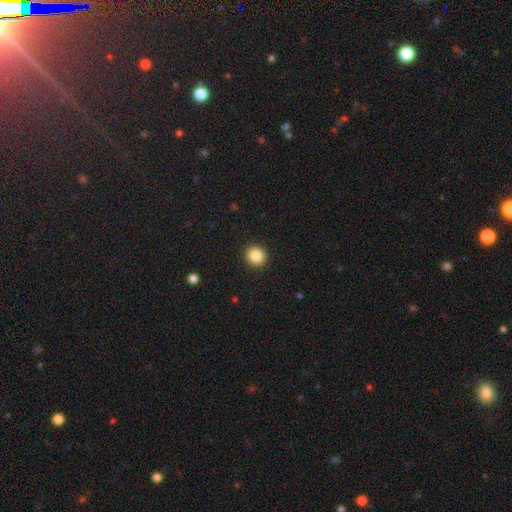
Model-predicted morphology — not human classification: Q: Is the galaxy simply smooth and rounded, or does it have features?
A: smooth — 85%.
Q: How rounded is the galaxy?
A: round — 88%.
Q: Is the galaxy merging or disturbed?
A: none — 92%.